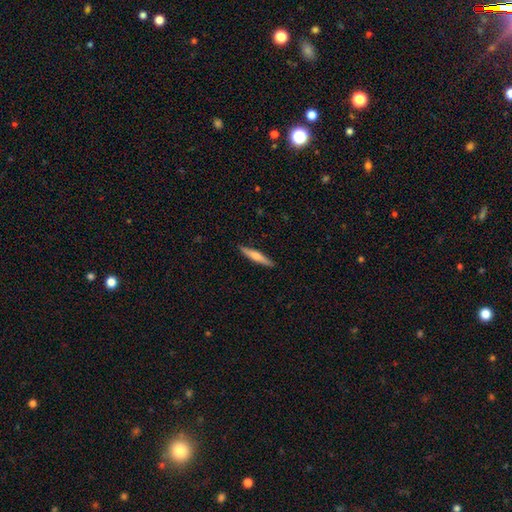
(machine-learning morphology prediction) This appears to be a smooth galaxy with no disk features (48%). Merging: none (91%).